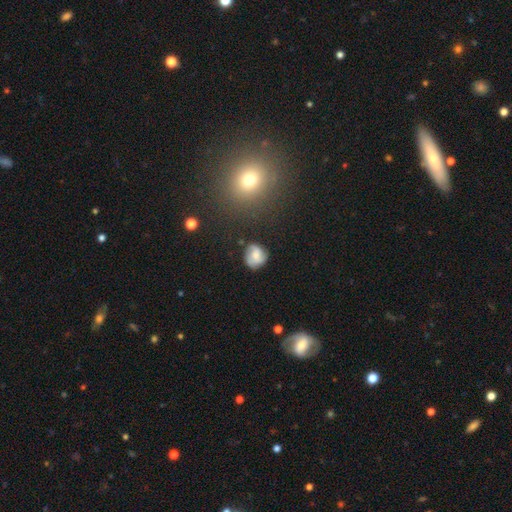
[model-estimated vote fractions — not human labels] Smooth or featured?
  - smooth: 53% *
  - featured or disk: 38%
  - star or artifact: 9%
How rounded?
  - round: 70% *
  - in between: 29%
  - cigar-shaped: 1%
Merging?
  - none: 68% *
  - minor disturbance: 23%
  - major disturbance: 7%
  - merger: 3%